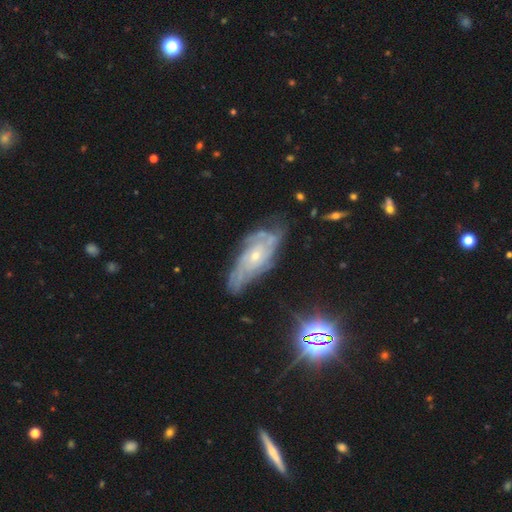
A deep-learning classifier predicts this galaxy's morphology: This appears to be a featured or disk galaxy (82%) with no bar (74%), tight (60%) spiral arms (94%) and a small central bulge (69%). Merging: none (64%).